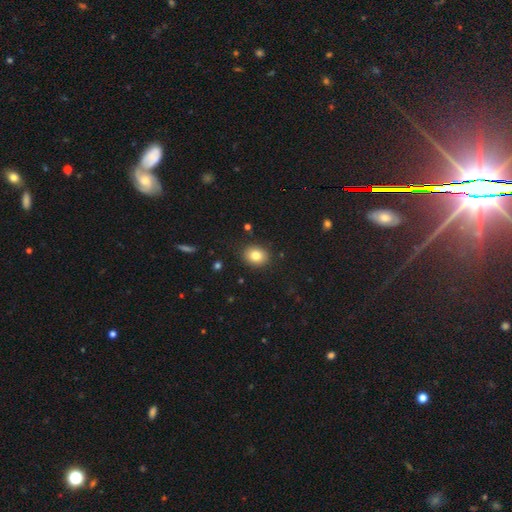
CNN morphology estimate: type=smooth (81%); roundness=round (54%); merging=none (88%).